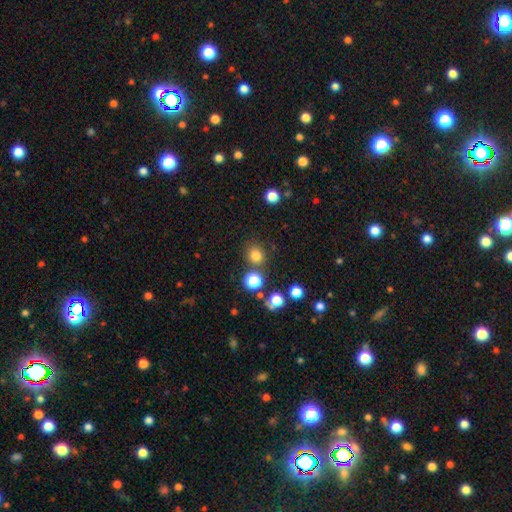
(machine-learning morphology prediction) Overall: smooth (79%). How rounded: round (86%). Merging: none (78%).